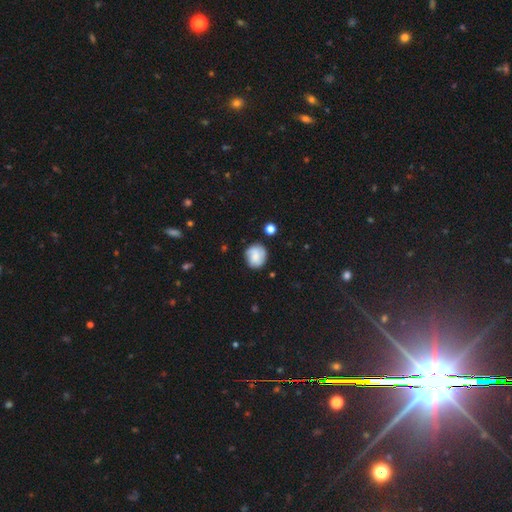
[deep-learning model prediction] smooth_or_featured: smooth (p=0.65) [alt: featured or disk p=0.27]
how_rounded: round (p=0.80) [alt: in between p=0.19]
merging: none (p=0.73) [alt: minor disturbance p=0.19]